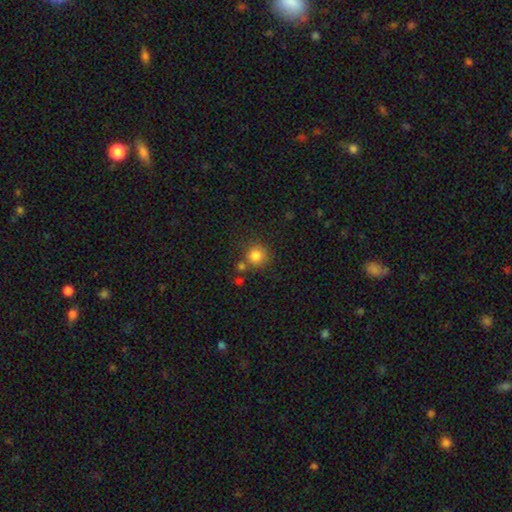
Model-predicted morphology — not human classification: Q: Smooth or featured?
A: smooth (83%); runner-up: star or artifact (11%)
Q: How rounded?
A: round (90%); runner-up: in between (9%)
Q: Merging?
A: none (68%); runner-up: merger (15%)